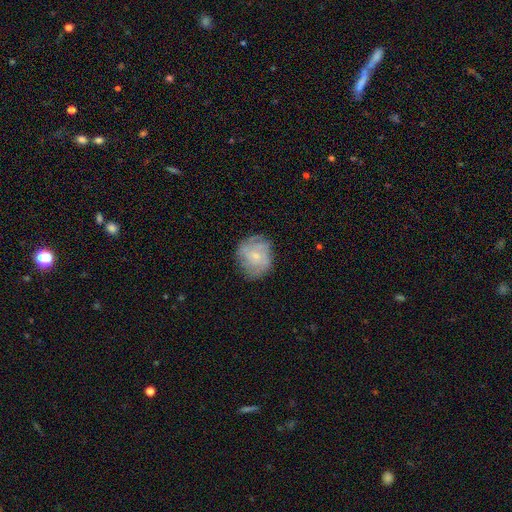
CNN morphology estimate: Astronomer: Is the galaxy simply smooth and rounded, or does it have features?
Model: featured or disk — 53% (runner-up: smooth, 39%).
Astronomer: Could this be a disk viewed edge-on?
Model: no — 98%.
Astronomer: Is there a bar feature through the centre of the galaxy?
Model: no — 71%.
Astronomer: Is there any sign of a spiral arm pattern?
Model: yes — 79%.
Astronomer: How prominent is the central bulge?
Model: small — 66%.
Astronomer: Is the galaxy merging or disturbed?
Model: none — 71%.